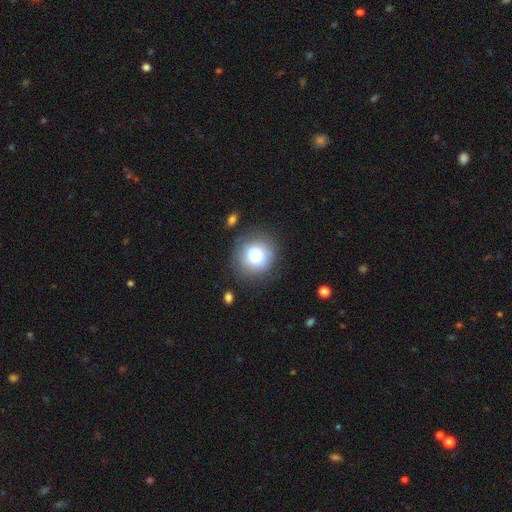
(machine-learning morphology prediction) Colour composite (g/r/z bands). It shows a smooth galaxy with no disk features (78%) that is round (90%). Merging: none (79%).